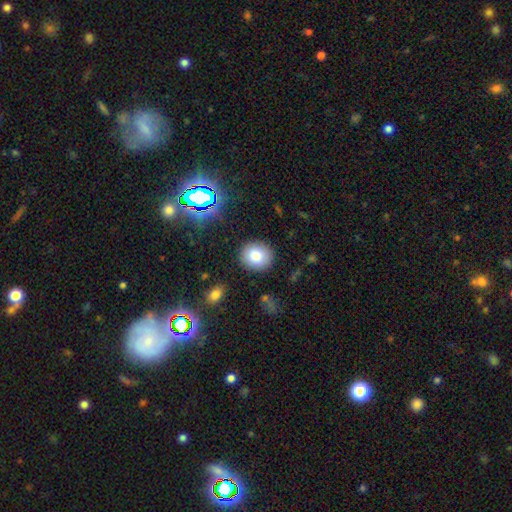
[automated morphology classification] This is clearly a smooth galaxy (81%). How rounded: clearly round (82%). Merging: clearly none (88%).